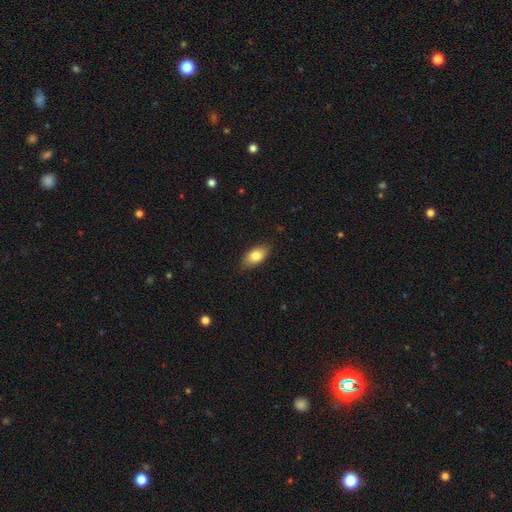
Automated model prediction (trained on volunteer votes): Morphology: type=smooth (82%); roundness=in between (90%); merging=none (83%).